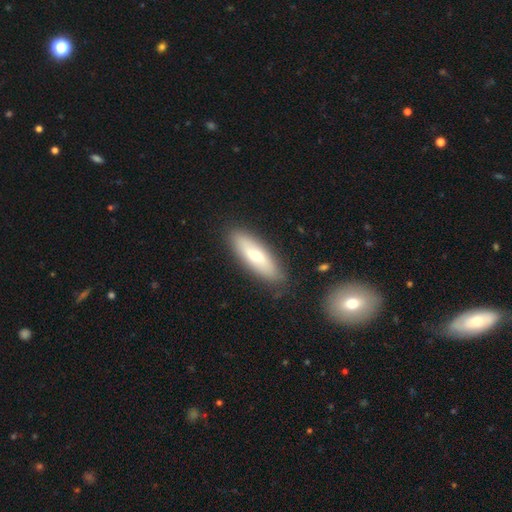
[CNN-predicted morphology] A smooth galaxy with no disk features (61%) that is cigar-shaped (49%, tied with in between). Merging: none (85%).